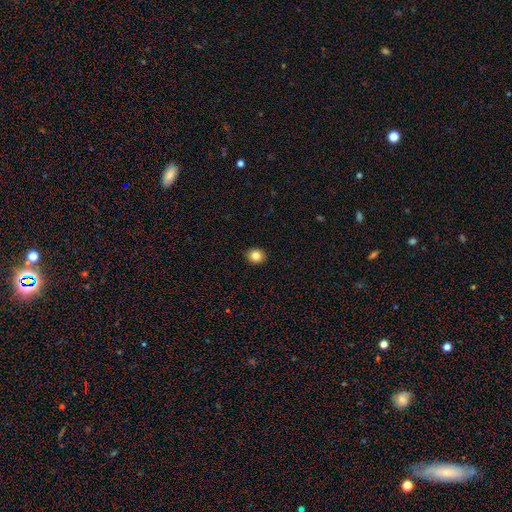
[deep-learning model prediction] Overall: smooth (83%). How rounded: round (73%). Merging: none (92%).